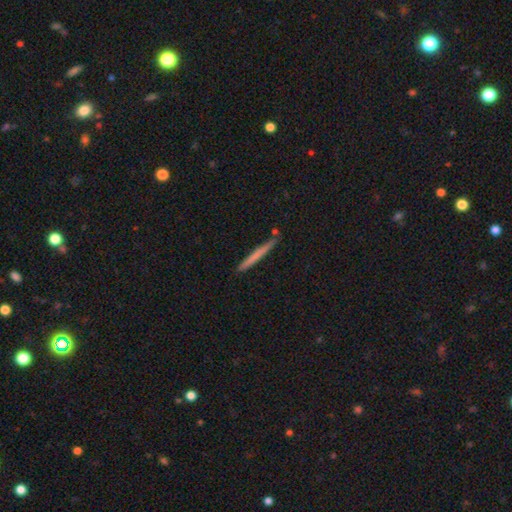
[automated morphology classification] A smooth galaxy with no disk features (63%) that is cigar-shaped (97%).

Vote fractions:
- Smooth or featured? smooth: 63% / featured or disk: 31% / star or artifact: 6%
- How rounded? cigar-shaped: 97% / in between: 2% / round: 1%
- Merging? none: 88% / minor disturbance: 8% / merger: 3% / major disturbance: 1%